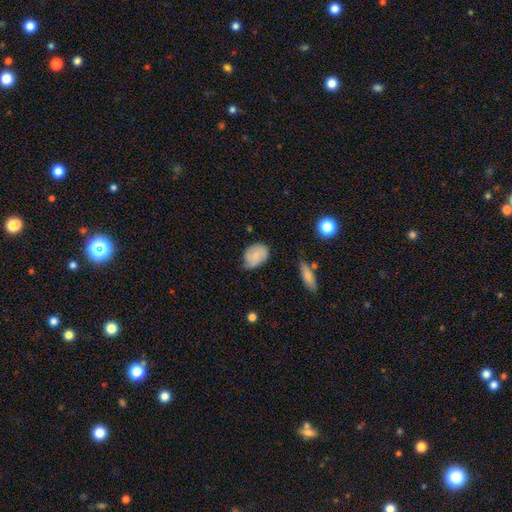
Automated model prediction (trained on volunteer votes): This is likely a smooth galaxy (73%). How rounded: likely in between (80%). Merging: likely none (61%).